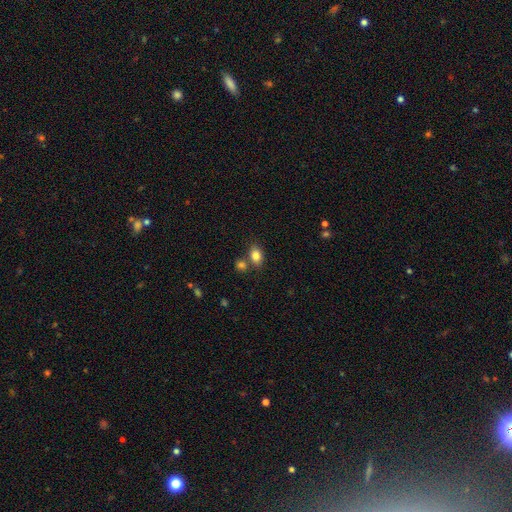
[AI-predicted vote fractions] Smooth or featured: smooth — 82% (star or artifact — 10%)
How rounded: in between — 79% (round — 19%)
Merging: none — 65% (merger — 19%)